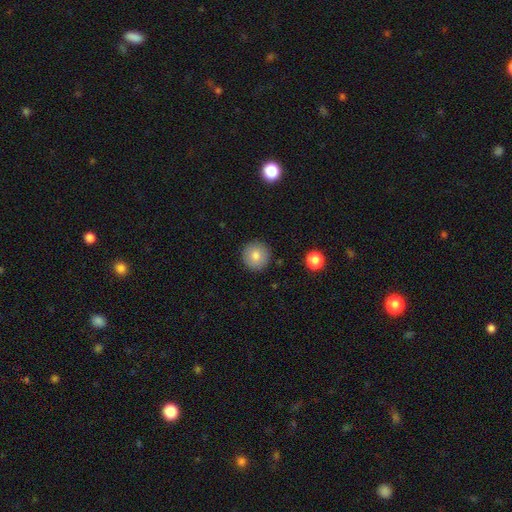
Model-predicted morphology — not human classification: Smooth or featured?
  - smooth: 81% *
  - featured or disk: 10%
  - star or artifact: 9%
How rounded?
  - round: 95% *
  - in between: 4%
  - cigar-shaped: 1%
Merging?
  - none: 91% *
  - minor disturbance: 6%
  - major disturbance: 2%
  - merger: 1%